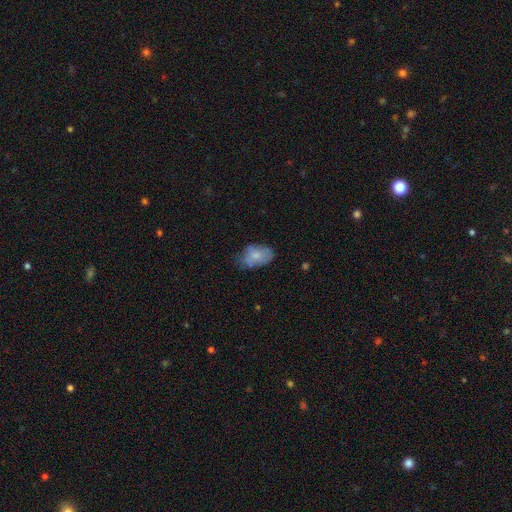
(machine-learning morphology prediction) type=smooth (69%); roundness=in between (89%); merging=none (52%).